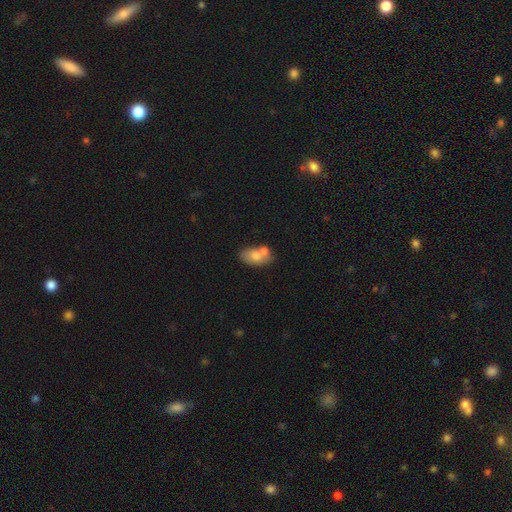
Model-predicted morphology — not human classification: The model was most divided on "merging": none: 41%, merger: 38%, minor disturbance: 15%, major disturbance: 5%. More confident: how rounded — in between (89%); smooth or featured — smooth (71%).